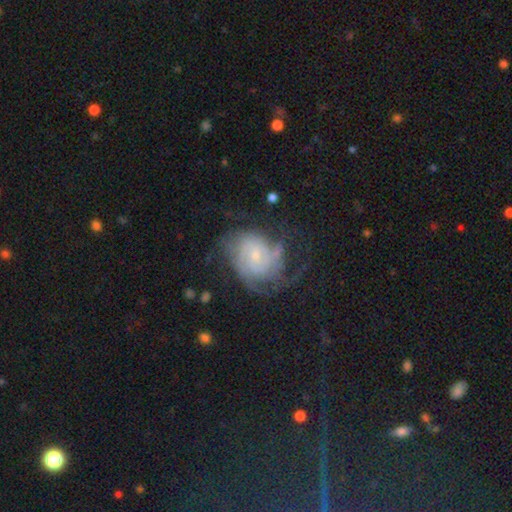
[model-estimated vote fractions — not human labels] Overall: featured or disk (77%). Edge-on disk: no (98%). Bar: no (64%; weak 31%). Spiral arms: yes (91%). Spiral arm count: can't tell (43%; 2 17%). Spiral winding: tight (58%; medium 31%). Bulge size: small (73%). Merging: none (50%; major disturbance 24%).